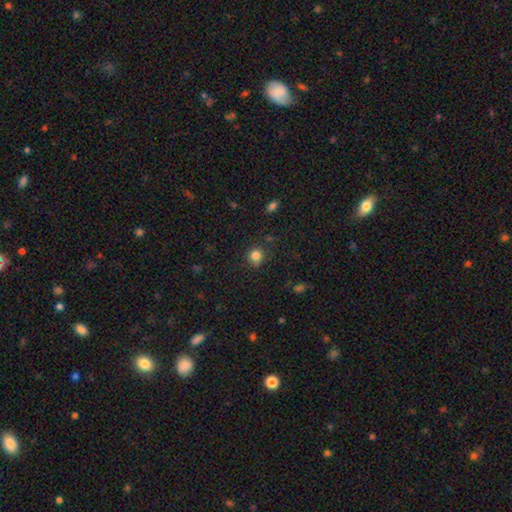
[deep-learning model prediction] smooth-or-featured: smooth: 82% | star or artifact: 13% | featured or disk: 5%
  how-rounded: round: 86% | in between: 13% | cigar-shaped: 1%
  merging: none: 79% | minor disturbance: 14% | major disturbance: 4% | merger: 3%